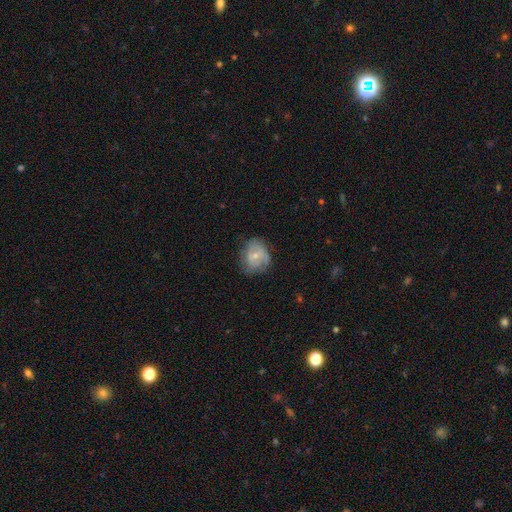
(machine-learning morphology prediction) A featured or disk galaxy (48%).

Vote fractions:
- Smooth or featured? featured or disk: 48% / smooth: 45% / star or artifact: 7%
- Merging? none: 59% / minor disturbance: 28% / major disturbance: 12% / merger: 1%